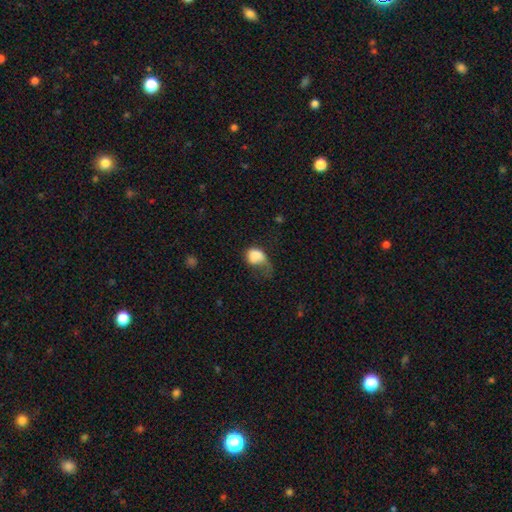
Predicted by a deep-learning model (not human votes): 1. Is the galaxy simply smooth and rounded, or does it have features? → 76% smooth, 16% featured or disk, 8% star or artifact.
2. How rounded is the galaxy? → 59% in between, 40% round, 1% cigar-shaped.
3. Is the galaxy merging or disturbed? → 55% major disturbance, 23% minor disturbance, 17% none, 5% merger.